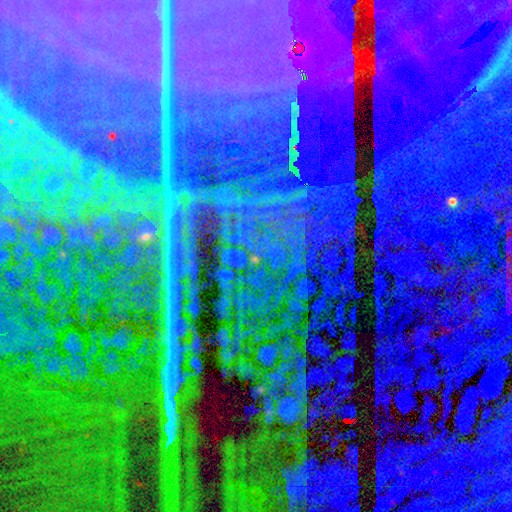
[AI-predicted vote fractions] Overall: star or artifact (89%).